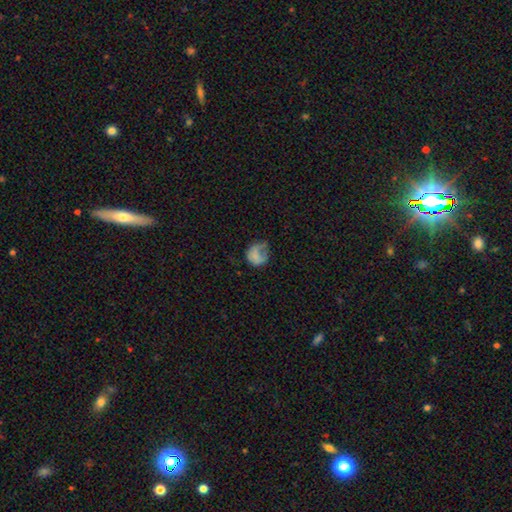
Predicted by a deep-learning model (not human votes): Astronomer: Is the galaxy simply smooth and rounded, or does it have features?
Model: smooth — 68%.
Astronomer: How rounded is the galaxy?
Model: round — 70%.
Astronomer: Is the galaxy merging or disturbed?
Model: none — 37% (runner-up: major disturbance, 32%).